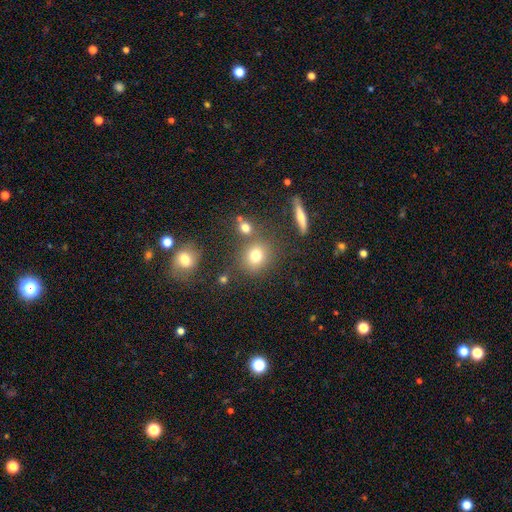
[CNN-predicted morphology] type=smooth (74%); roundness=round (75%); merging=none (73%).